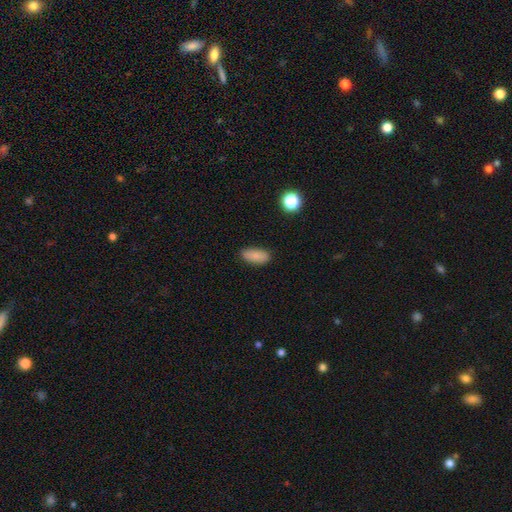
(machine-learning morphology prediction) Smooth or featured: smooth — 84% (featured or disk — 8%)
How rounded: in between — 87% (cigar-shaped — 9%)
Merging: none — 85% (minor disturbance — 11%)